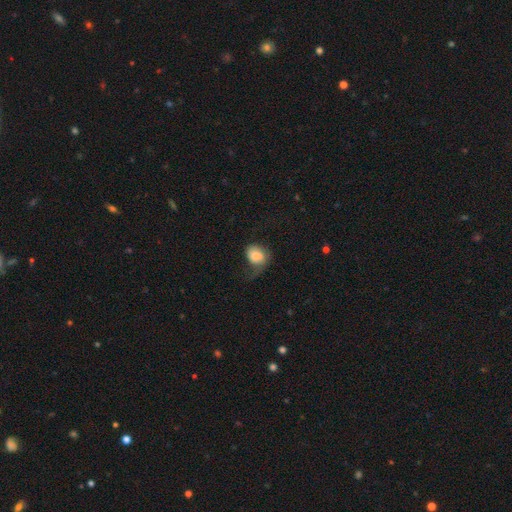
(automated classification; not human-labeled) smooth_or_featured: smooth (p=0.73) [alt: featured or disk p=0.18]
how_rounded: in between (p=0.55) [alt: round p=0.44]
merging: major disturbance (p=0.34) [alt: none p=0.32]